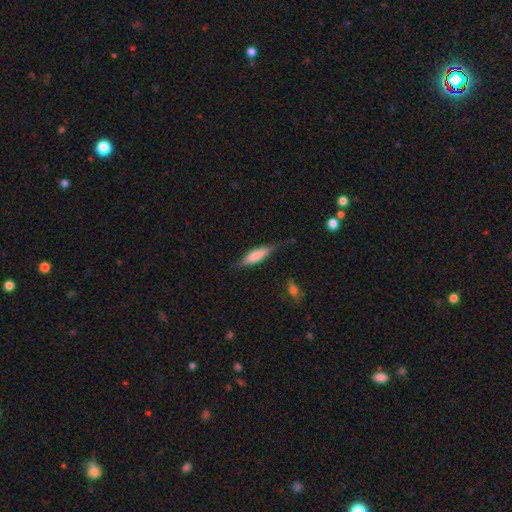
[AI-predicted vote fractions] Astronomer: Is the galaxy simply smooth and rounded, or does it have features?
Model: smooth — 69%.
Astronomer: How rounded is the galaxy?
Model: cigar-shaped — 58% (runner-up: in between, 40%).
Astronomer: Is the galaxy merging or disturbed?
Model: none — 66%.